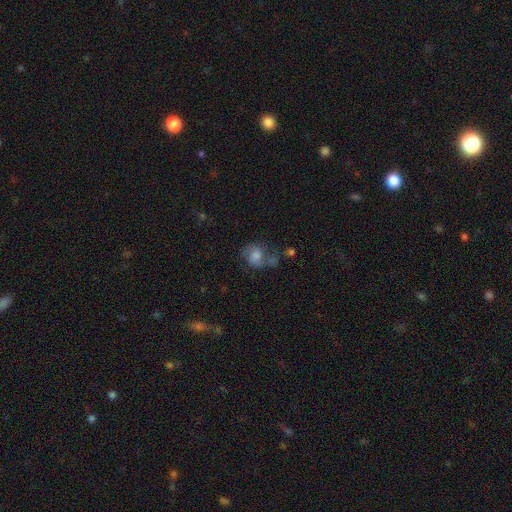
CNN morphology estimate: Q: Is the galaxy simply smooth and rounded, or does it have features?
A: smooth — 55%.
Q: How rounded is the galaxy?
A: round — 58%.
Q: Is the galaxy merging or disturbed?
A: none — 39%.